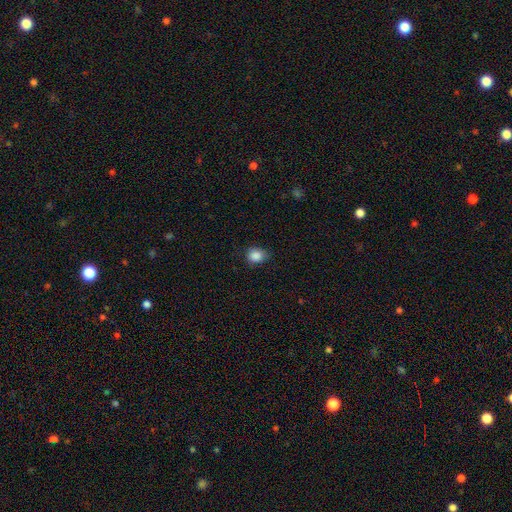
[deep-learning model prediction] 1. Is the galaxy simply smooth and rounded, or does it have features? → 87% smooth, 10% star or artifact, 4% featured or disk.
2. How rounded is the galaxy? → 65% round, 34% in between, 1% cigar-shaped.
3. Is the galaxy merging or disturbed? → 74% none, 21% minor disturbance, 4% major disturbance, 1% merger.